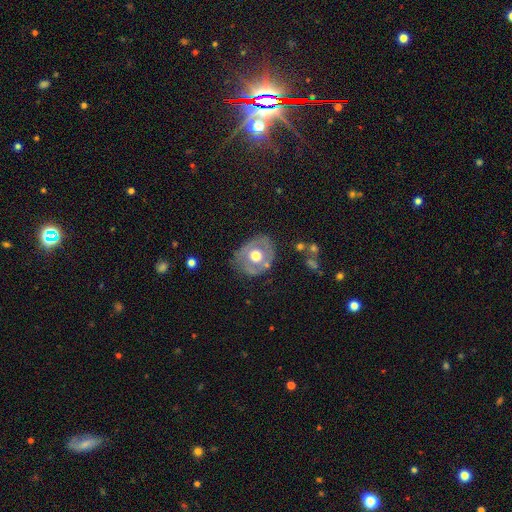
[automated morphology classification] This is possibly a featured or disk galaxy (56%). It is clearly not viewed edge-on (95%). Bar: clearly no (87%). Spiral arm pattern: likely no (74%). Central bulge: likely moderate (64%). Merging: likely none (69%).